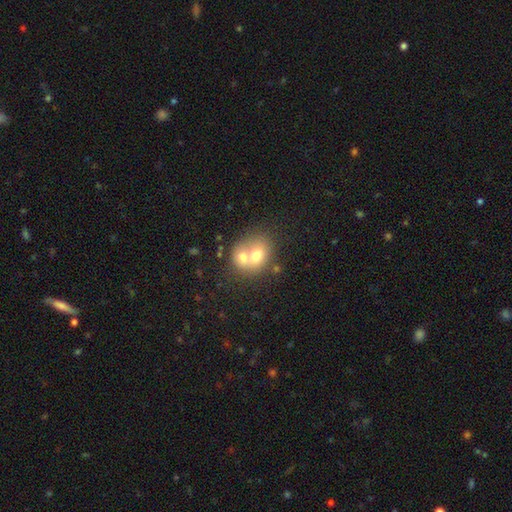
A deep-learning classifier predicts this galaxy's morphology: smooth 66%, featured or disk 25%, star or artifact 10%. Down the decision tree: how rounded — round (54%); merging — merger (69%).